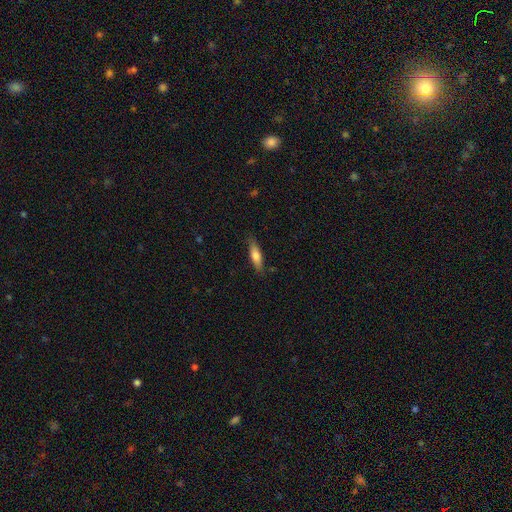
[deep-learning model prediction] Overall: smooth (71%). How rounded: cigar-shaped (61%; in between 37%). Merging: none (81%).